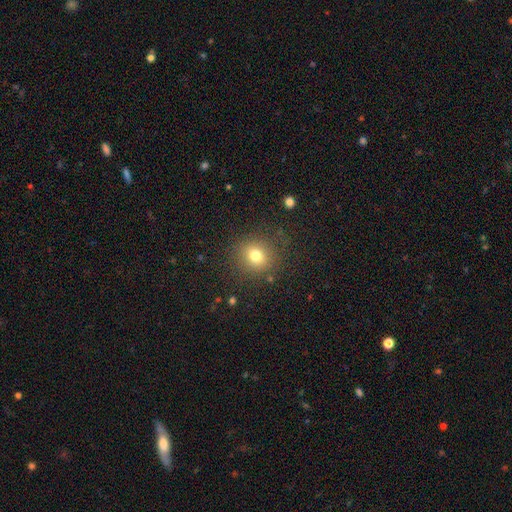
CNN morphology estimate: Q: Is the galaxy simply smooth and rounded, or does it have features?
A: smooth — 76%.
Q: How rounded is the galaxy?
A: round — 83%.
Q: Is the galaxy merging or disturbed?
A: none — 85%.